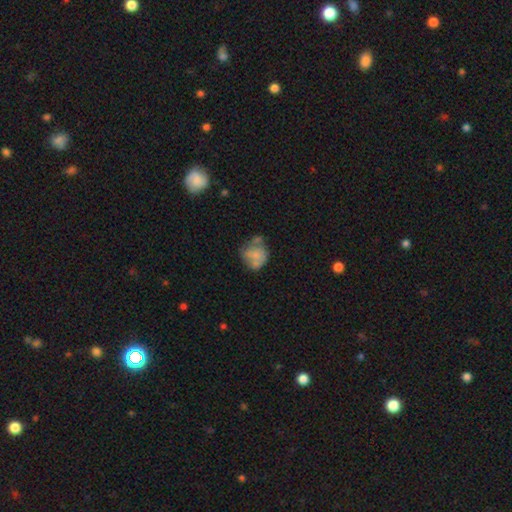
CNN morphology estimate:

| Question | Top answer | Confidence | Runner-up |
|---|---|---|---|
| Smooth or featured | smooth | 56% | featured or disk (35%) |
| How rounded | round | 70% | in between (29%) |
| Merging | none | 35% | minor disturbance (27%) |